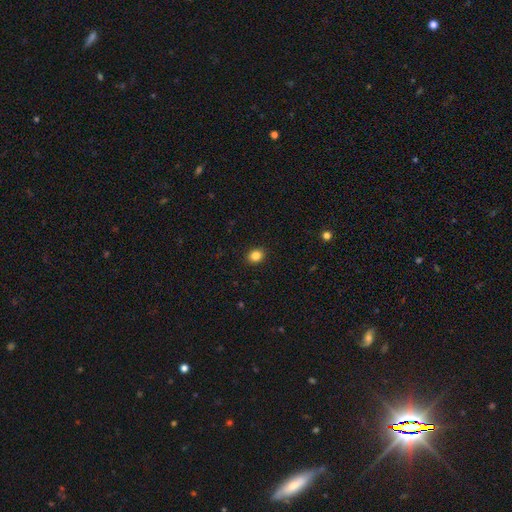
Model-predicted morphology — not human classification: Smooth or featured? smooth (85%)
How rounded? round (58%)
Merging? none (91%)